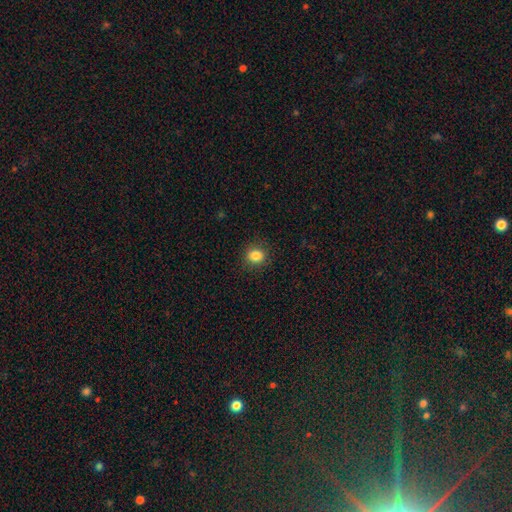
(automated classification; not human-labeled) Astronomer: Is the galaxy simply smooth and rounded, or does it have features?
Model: smooth — 84%.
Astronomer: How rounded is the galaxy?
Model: round — 82%.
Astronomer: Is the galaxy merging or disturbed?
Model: none — 89%.